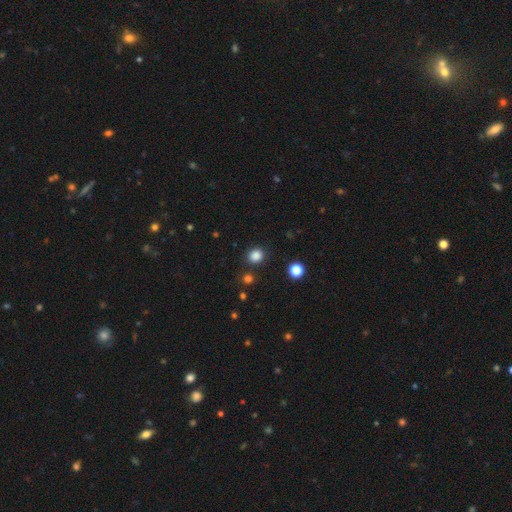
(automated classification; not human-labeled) Smooth or featured? smooth (84%)
How rounded? round (80%)
Merging? none (87%)